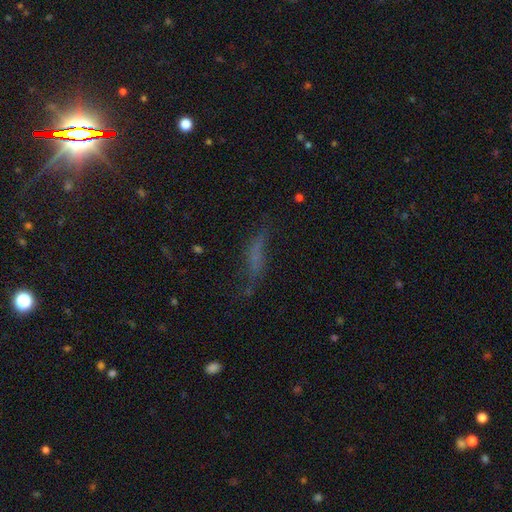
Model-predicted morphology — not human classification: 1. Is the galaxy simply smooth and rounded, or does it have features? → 45% smooth, 35% featured or disk, 20% star or artifact.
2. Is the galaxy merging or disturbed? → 50% none, 24% minor disturbance, 22% major disturbance, 4% merger.